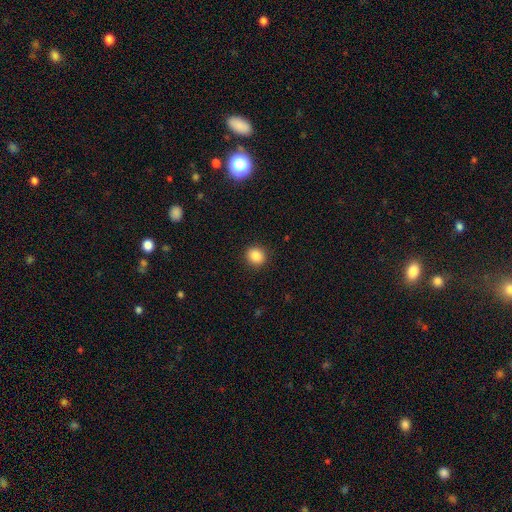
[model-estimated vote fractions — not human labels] Smooth or featured: smooth — 86% (star or artifact — 10%)
How rounded: round — 83% (in between — 16%)
Merging: none — 91% (minor disturbance — 6%)